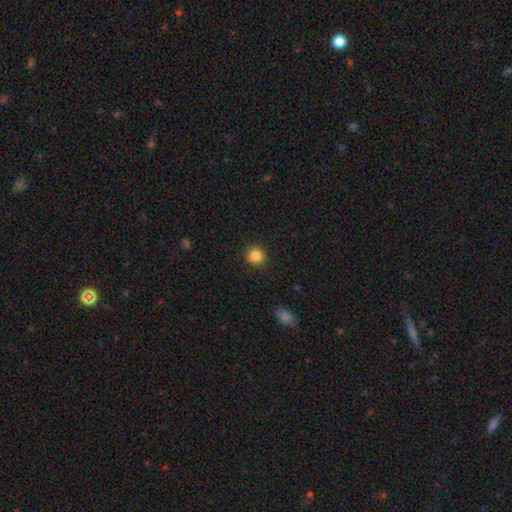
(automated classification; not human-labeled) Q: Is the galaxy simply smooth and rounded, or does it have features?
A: smooth — 84%.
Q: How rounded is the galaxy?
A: round — 87%.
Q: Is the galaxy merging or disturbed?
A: none — 84%.